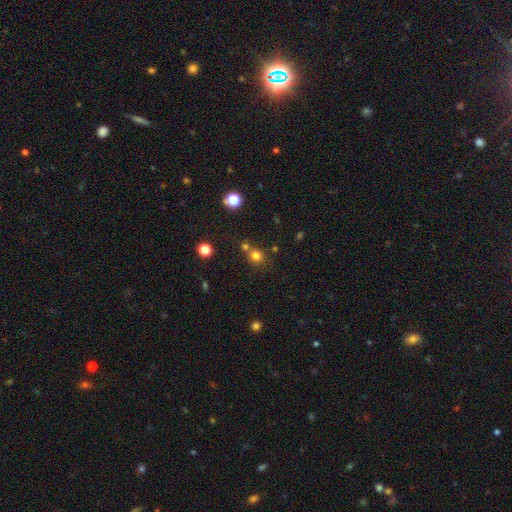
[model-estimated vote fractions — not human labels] Morphology: type=smooth (76%); roundness=round (87%); merging=none (64%).